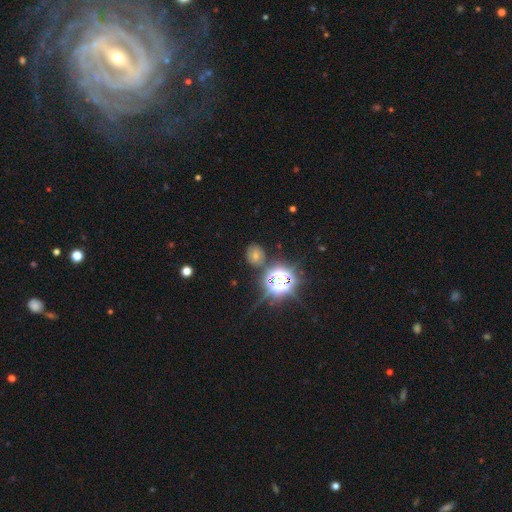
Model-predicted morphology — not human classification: Smooth or featured: smooth — 45% (star or artifact — 39%)
Merging: none — 78% (minor disturbance — 13%)